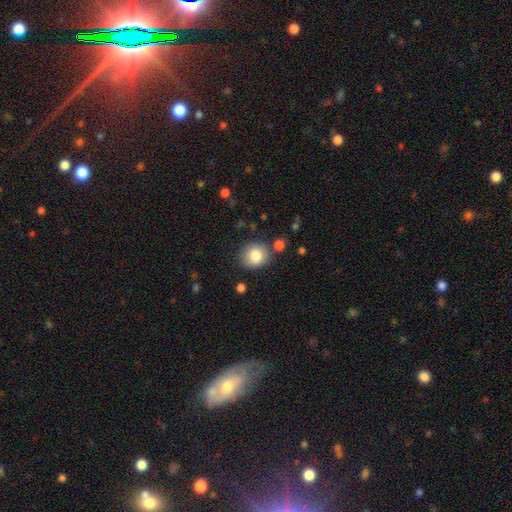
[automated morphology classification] smooth 83%, star or artifact 9%, featured or disk 8%. Down the decision tree: how rounded — round (79%); merging — none (80%).